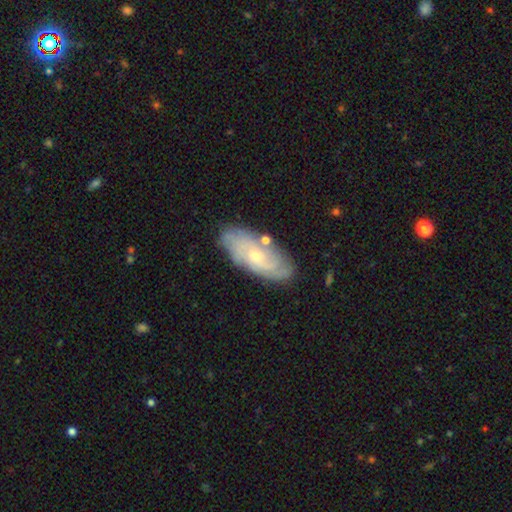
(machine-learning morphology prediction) The model was most divided on "spiral winding": tight: 56%, medium: 32%, loose: 12%. Remaining: edge-on disk — no (90%); spiral arms — yes (87%); merging — none (77%); bar — no (72%); smooth or featured — featured or disk (68%); bulge size — small (65%); spiral arm count — can't tell (48%).